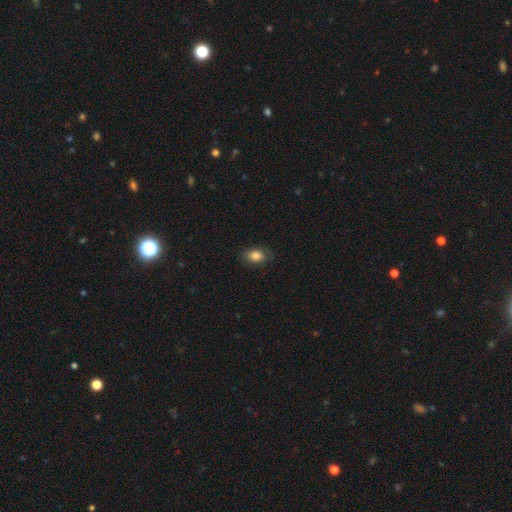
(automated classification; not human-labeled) smooth 79%, featured or disk 12%, star or artifact 9%. Down the decision tree: how rounded — in between (78%); merging — none (75%).